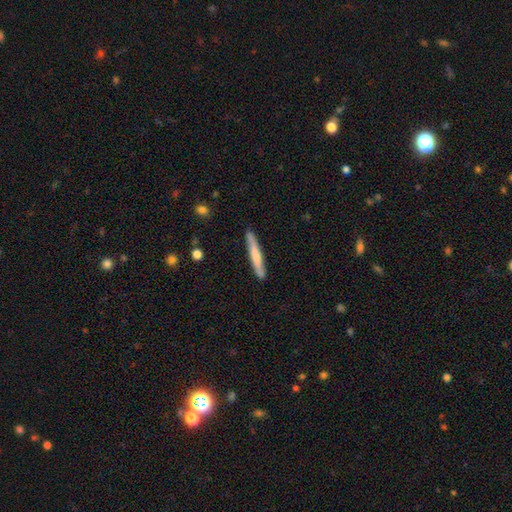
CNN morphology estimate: Smooth or featured: smooth — 61% (featured or disk — 34%)
How rounded: cigar-shaped — 95% (in between — 3%)
Merging: none — 87% (minor disturbance — 10%)